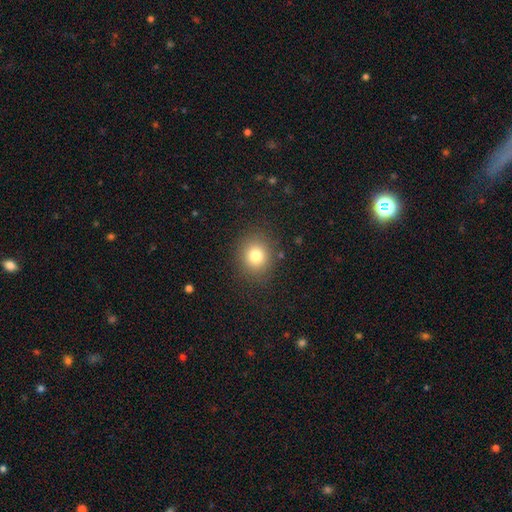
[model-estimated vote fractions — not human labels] A smooth galaxy with no disk features (79%) that is round (79%).

Vote fractions:
- Smooth or featured? smooth: 79% / star or artifact: 12% / featured or disk: 9%
- How rounded? round: 79% / in between: 21% / cigar-shaped: 1%
- Merging? none: 87% / minor disturbance: 8% / major disturbance: 4% / merger: 1%